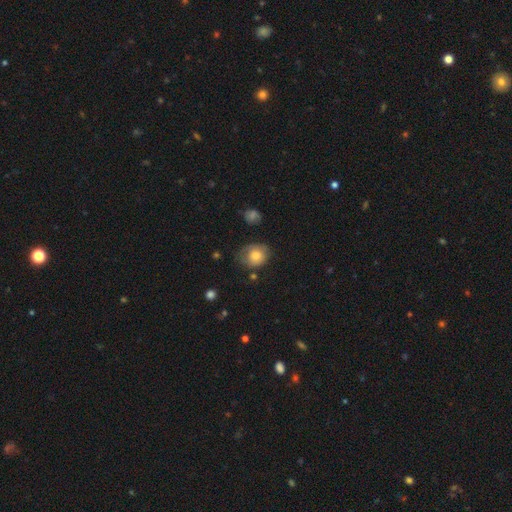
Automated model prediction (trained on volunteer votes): The model was most divided on "merging": none: 58%, minor disturbance: 30%, major disturbance: 10%, merger: 3%. More confident: smooth or featured — smooth (76%); how rounded — round (66%).